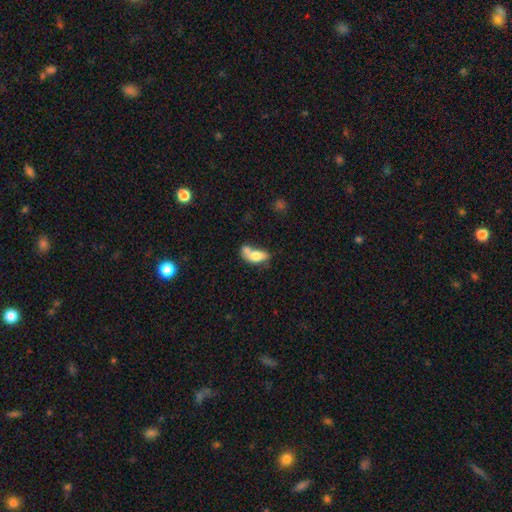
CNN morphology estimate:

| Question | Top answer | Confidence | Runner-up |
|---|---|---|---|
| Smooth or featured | smooth | 70% | featured or disk (22%) |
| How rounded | in between | 85% | cigar-shaped (9%) |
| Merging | merger | 54% | none (23%) |